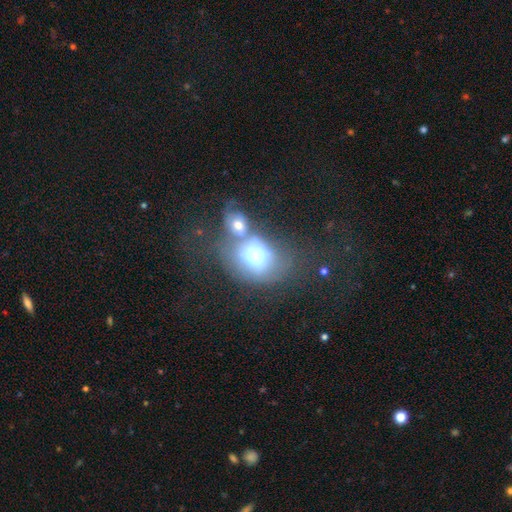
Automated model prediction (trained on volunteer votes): Overall: smooth (56%; featured or disk 33%). How rounded: round (51%; in between 48%). Merging: merger (53%; none 21%).